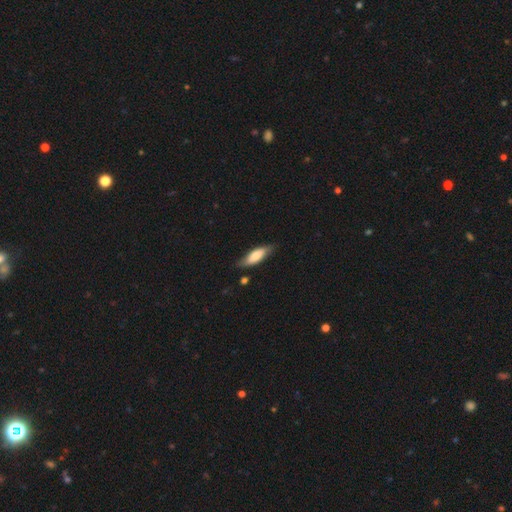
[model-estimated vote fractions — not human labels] The model was most divided on "how rounded": in between: 57%, cigar-shaped: 41%, round: 2%. More confident: merging — none (73%); smooth or featured — smooth (70%).